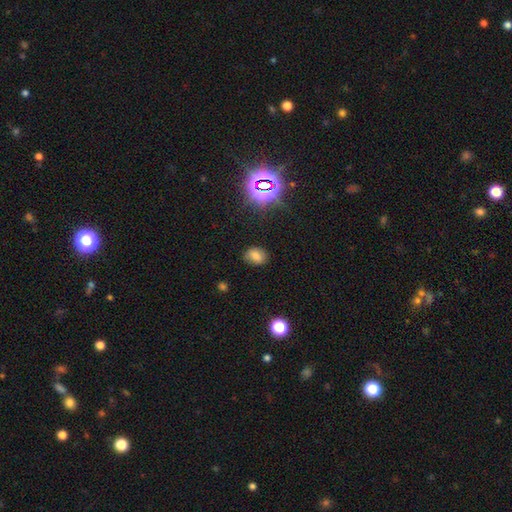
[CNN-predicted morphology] Smooth or featured: smooth — 68% (star or artifact — 23%)
How rounded: in between — 65% (round — 34%)
Merging: none — 83% (minor disturbance — 12%)